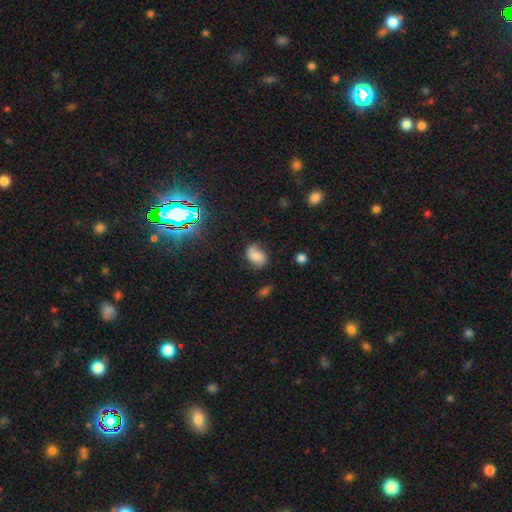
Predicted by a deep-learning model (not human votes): Overall: smooth (61%; featured or disk 25%). How rounded: in between (80%). Merging: none (53%; minor disturbance 31%).